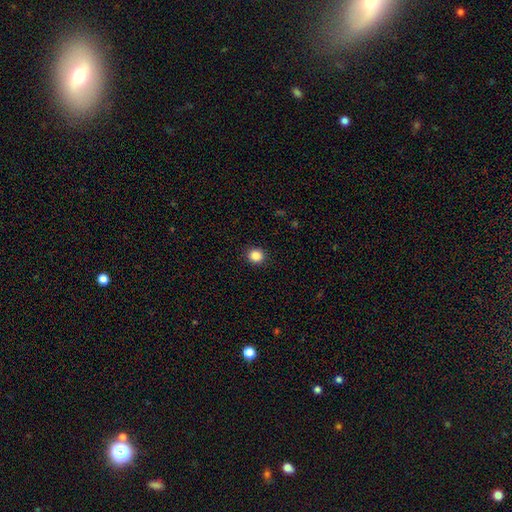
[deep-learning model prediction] A smooth galaxy with no disk features (87%) that is round (88%). Merging: none (92%).